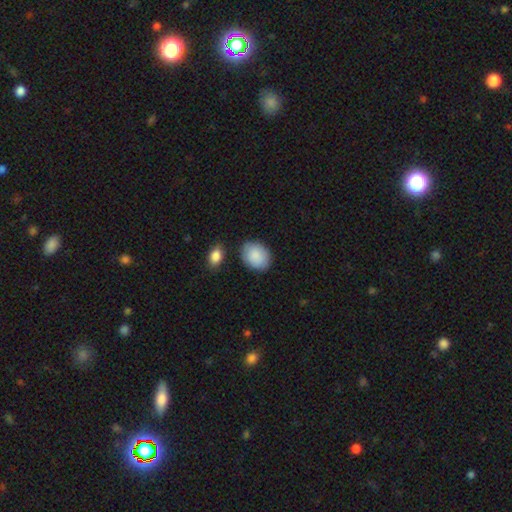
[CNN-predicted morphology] Smooth or featured? Predicted: smooth (p=0.88). How rounded? Predicted: in between (p=0.64). Merging? Predicted: none (p=0.81).